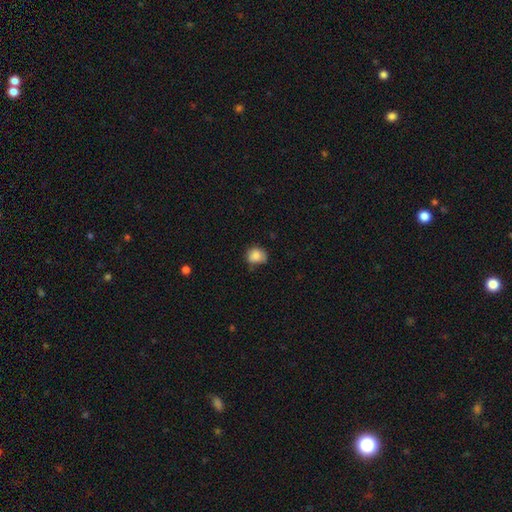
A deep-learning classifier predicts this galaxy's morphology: smooth 86%, star or artifact 9%, featured or disk 5%. Down the decision tree: how rounded — round (72%); merging — none (61%).